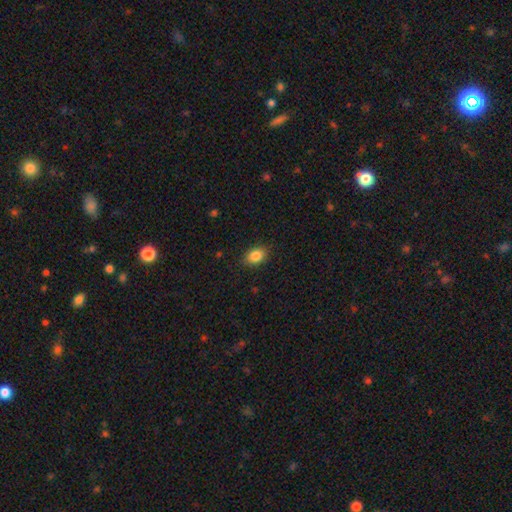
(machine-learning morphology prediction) This is clearly a smooth galaxy (86%). How rounded: likely in between (74%). Merging: clearly none (86%).